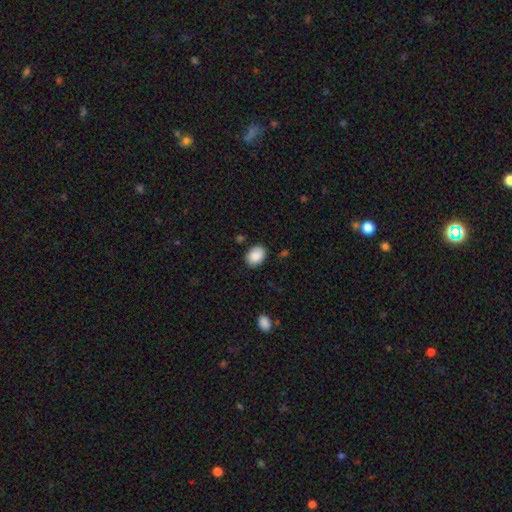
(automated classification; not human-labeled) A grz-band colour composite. It shows a smooth galaxy with no disk features (88%) that is in between round and cigar-shaped (67%). Merging: none (83%).